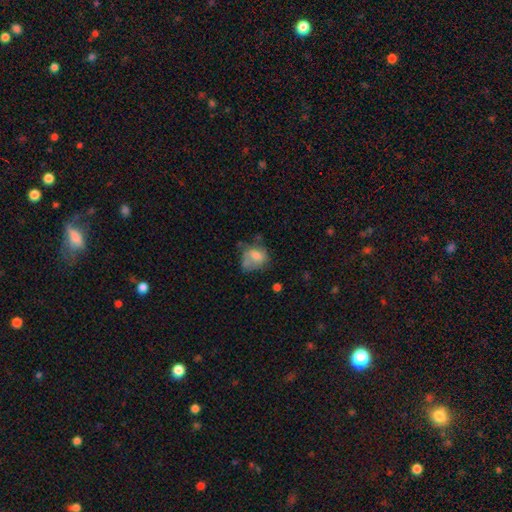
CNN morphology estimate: Smooth or featured? smooth (63%)
How rounded? in between (53%)
Merging? none (32%)